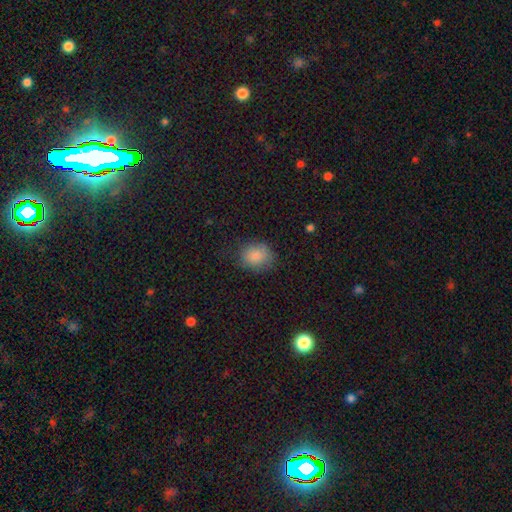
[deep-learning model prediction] Smooth or featured? Predicted: smooth (p=0.85). How rounded? Predicted: round (p=0.61). Merging? Predicted: none (p=0.73).